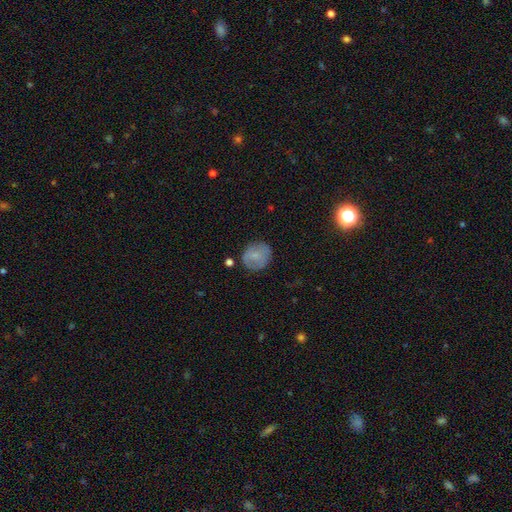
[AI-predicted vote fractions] A smooth galaxy with no disk features (73%) that is round (81%). Merging: none (76%).